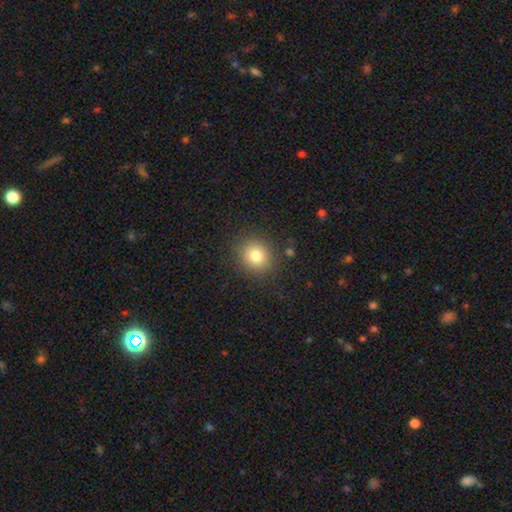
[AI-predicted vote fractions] Smooth or featured?
  - smooth: 80% *
  - star or artifact: 11%
  - featured or disk: 8%
How rounded?
  - round: 81% *
  - in between: 18%
  - cigar-shaped: 1%
Merging?
  - none: 87% *
  - minor disturbance: 8%
  - major disturbance: 3%
  - merger: 2%